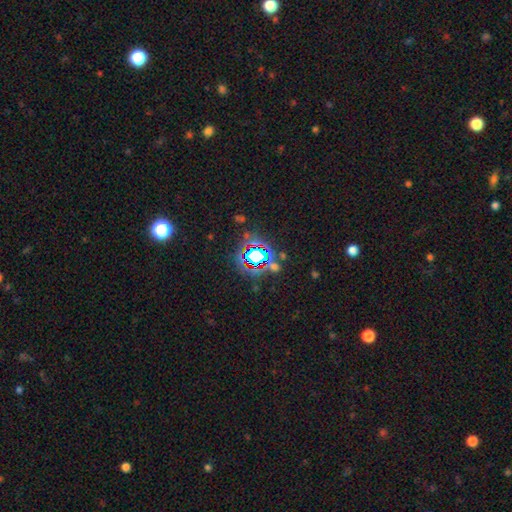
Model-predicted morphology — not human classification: The model was most divided on "smooth or featured": star or artifact: 72%, smooth: 17%, featured or disk: 11%.